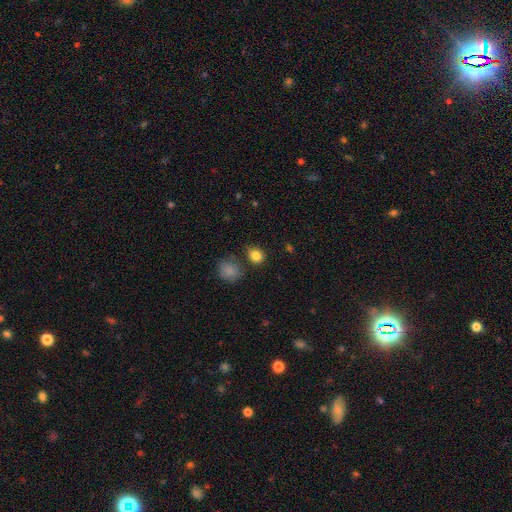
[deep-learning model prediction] Smooth or featured: smooth — 84% (star or artifact — 11%)
How rounded: round — 61% (in between — 38%)
Merging: none — 77% (minor disturbance — 12%)